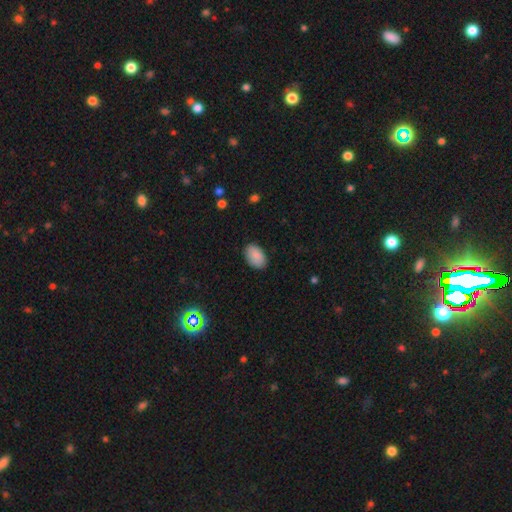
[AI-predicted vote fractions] Q: Smooth or featured?
A: smooth (88%); runner-up: star or artifact (7%)
Q: How rounded?
A: in between (92%); runner-up: round (7%)
Q: Merging?
A: none (86%); runner-up: minor disturbance (10%)